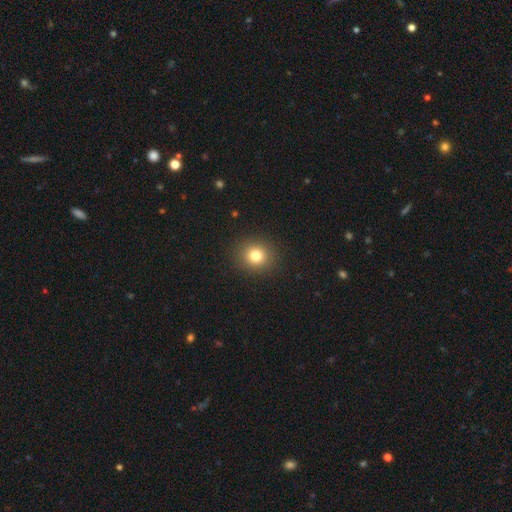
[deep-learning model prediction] This is likely a smooth galaxy (79%). How rounded: clearly round (82%). Merging: clearly none (90%).